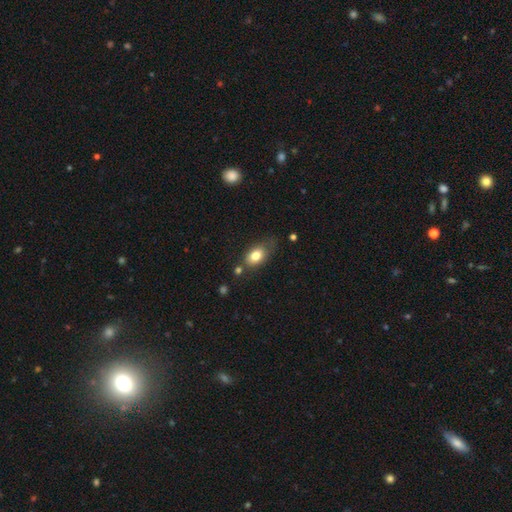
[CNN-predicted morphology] smooth 79%, featured or disk 12%, star or artifact 8%. Down the decision tree: how rounded — in between (84%); merging — none (58%).